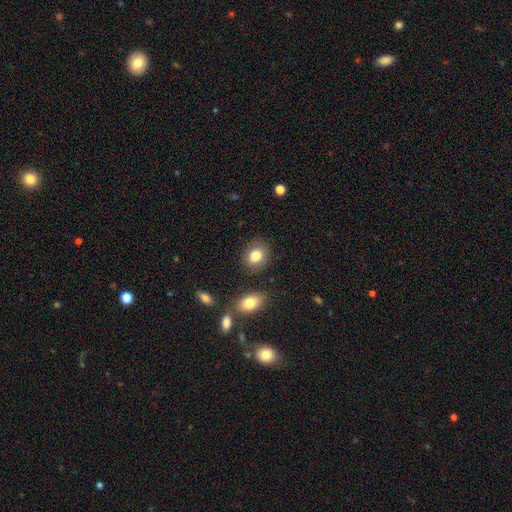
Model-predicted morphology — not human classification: smooth 83%, star or artifact 9%, featured or disk 8%. Down the decision tree: how rounded — round (53%); merging — none (83%).